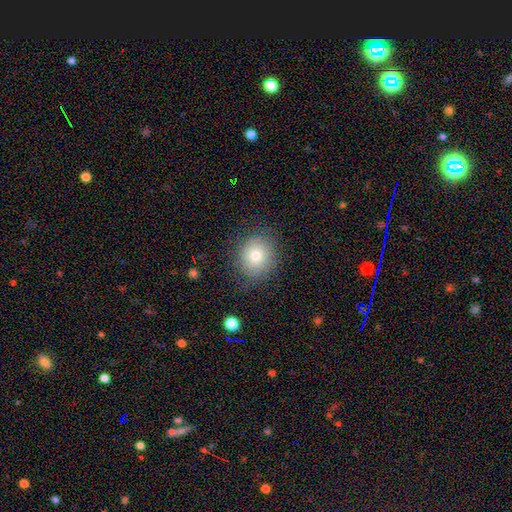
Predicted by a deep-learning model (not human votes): smooth-or-featured: smooth: 74% | featured or disk: 14% | star or artifact: 12%
  how-rounded: round: 78% | in between: 21% | cigar-shaped: 1%
  merging: none: 78% | minor disturbance: 15% | major disturbance: 5% | merger: 1%